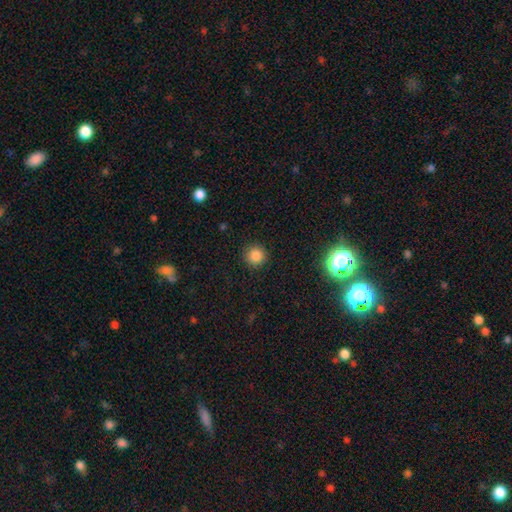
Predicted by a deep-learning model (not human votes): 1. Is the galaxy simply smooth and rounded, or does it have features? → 84% smooth, 12% star or artifact, 4% featured or disk.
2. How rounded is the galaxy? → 94% round, 5% in between, 1% cigar-shaped.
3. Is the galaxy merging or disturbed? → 91% none, 6% minor disturbance, 2% major disturbance, 1% merger.